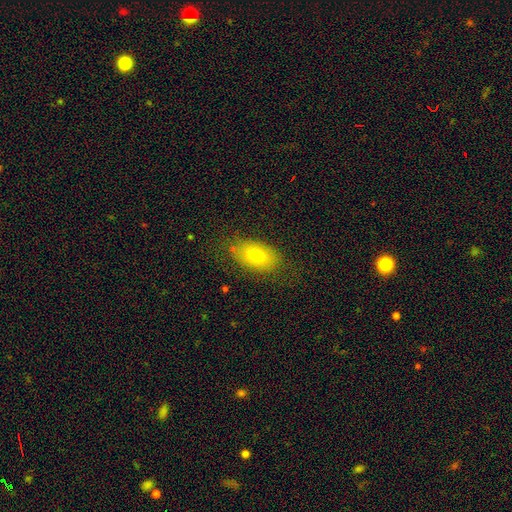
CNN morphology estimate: Smooth or featured? smooth (74%)
How rounded? in between (90%)
Merging? none (75%)